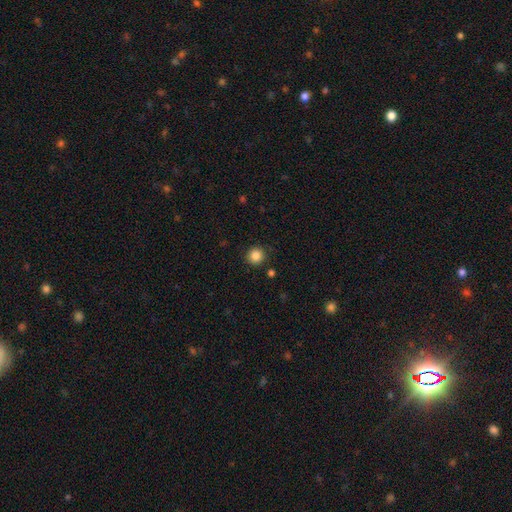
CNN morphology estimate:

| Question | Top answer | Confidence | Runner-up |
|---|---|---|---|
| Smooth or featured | smooth | 86% | star or artifact (11%) |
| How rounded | round | 94% | in between (5%) |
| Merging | none | 90% | minor disturbance (6%) |